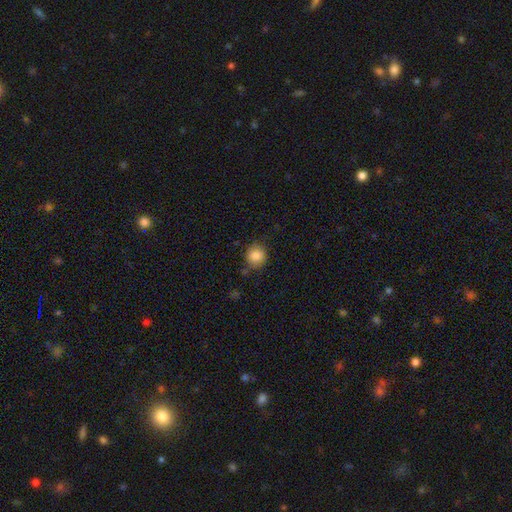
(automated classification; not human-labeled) Morphology: type=smooth (86%); roundness=round (85%); merging=none (81%).